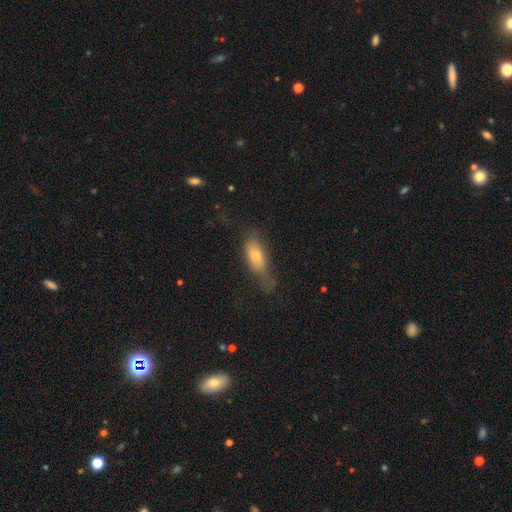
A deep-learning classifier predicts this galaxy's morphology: smooth 62%, featured or disk 28%, star or artifact 9%. Down the decision tree: how rounded — in between (64%); merging — none (50%).